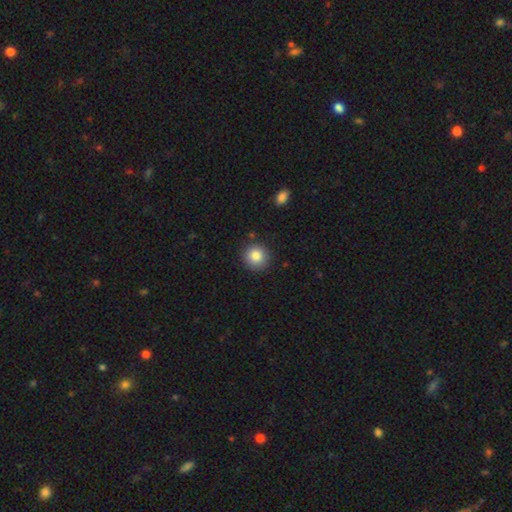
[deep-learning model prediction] A smooth galaxy with no disk features (85%) that is round (92%).

Vote fractions:
- Smooth or featured? smooth: 85% / star or artifact: 9% / featured or disk: 6%
- How rounded? round: 92% / in between: 7% / cigar-shaped: 1%
- Merging? none: 88% / minor disturbance: 8% / major disturbance: 2% / merger: 2%